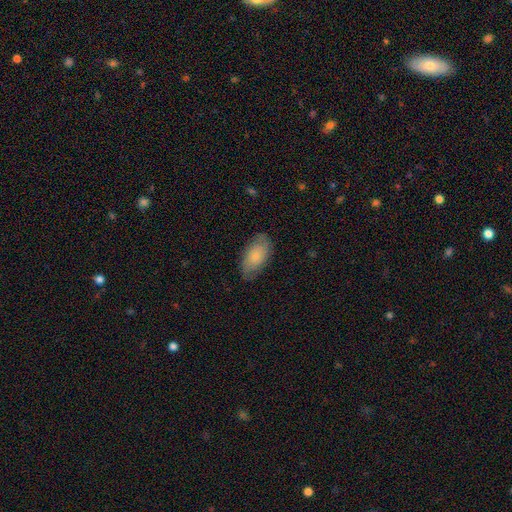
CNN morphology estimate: Smooth or featured? smooth (67%)
How rounded? in between (93%)
Merging? none (77%)